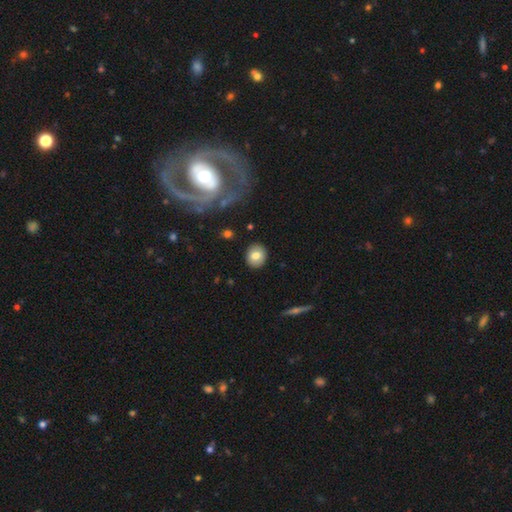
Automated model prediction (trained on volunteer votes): Q: Smooth or featured?
A: smooth (78%); runner-up: featured or disk (14%)
Q: How rounded?
A: round (79%); runner-up: in between (20%)
Q: Merging?
A: none (90%); runner-up: minor disturbance (7%)